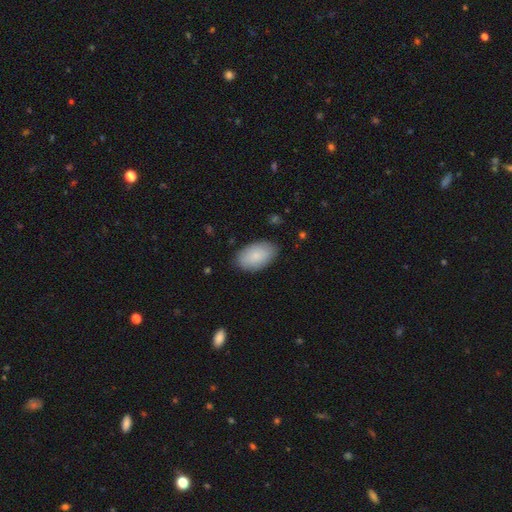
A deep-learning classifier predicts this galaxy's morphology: A smooth galaxy with no disk features (83%) that is in between round and cigar-shaped (94%). Merging: none (84%).